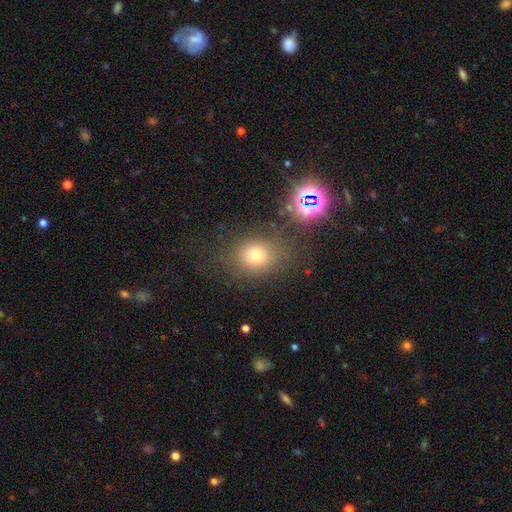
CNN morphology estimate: Smooth or featured? Predicted: smooth (p=0.69). How rounded? Predicted: round (p=0.69). Merging? Predicted: none (p=0.74).